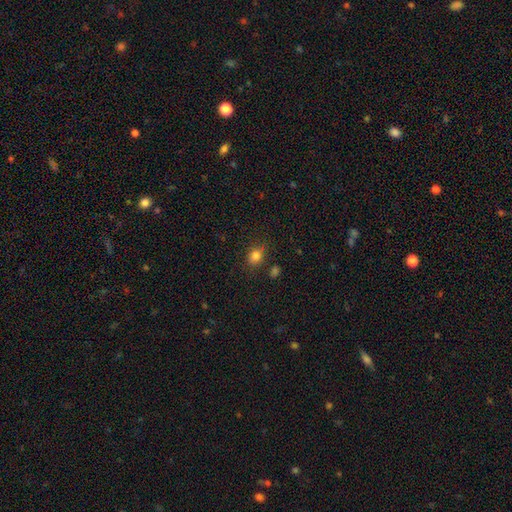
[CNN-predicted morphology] Smooth or featured?
  - smooth: 80% *
  - star or artifact: 13%
  - featured or disk: 7%
How rounded?
  - round: 63% *
  - in between: 36%
  - cigar-shaped: 1%
Merging?
  - none: 75% *
  - minor disturbance: 16%
  - major disturbance: 4%
  - merger: 4%